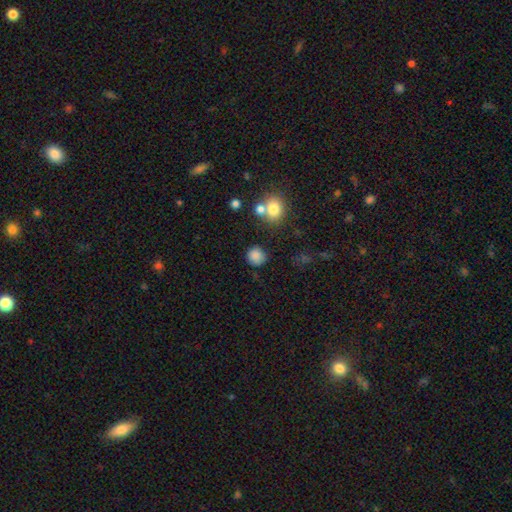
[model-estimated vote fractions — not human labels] A smooth galaxy with no disk features (84%) that is round (88%). Merging: none (79%).